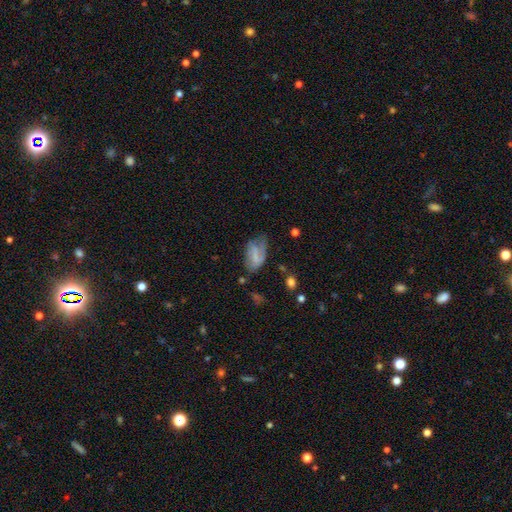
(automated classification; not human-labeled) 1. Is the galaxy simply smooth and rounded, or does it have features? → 52% smooth, 39% featured or disk, 9% star or artifact.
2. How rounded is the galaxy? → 91% in between, 5% round, 4% cigar-shaped.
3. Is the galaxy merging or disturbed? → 40% none, 33% minor disturbance, 23% major disturbance, 4% merger.